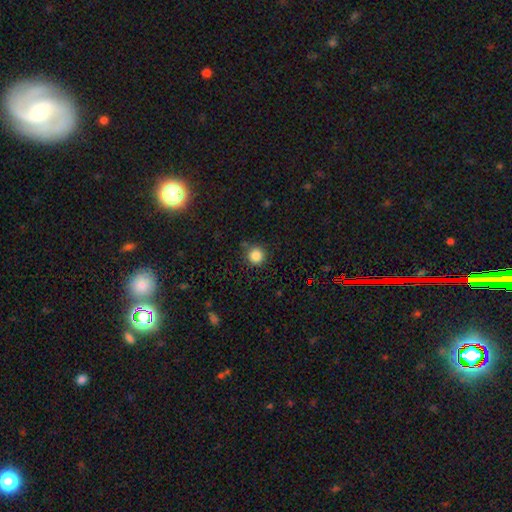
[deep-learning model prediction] Overall: smooth (85%). How rounded: round (95%). Merging: none (85%).